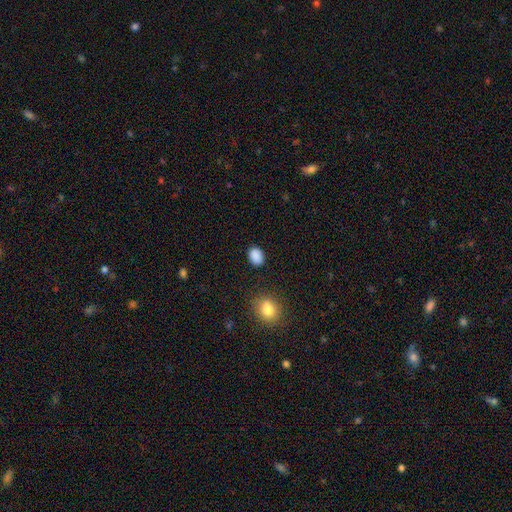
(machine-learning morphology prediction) Smooth or featured?
  - smooth: 88% *
  - star or artifact: 9%
  - featured or disk: 3%
How rounded?
  - in between: 64% *
  - round: 34%
  - cigar-shaped: 1%
Merging?
  - none: 85% *
  - minor disturbance: 10%
  - major disturbance: 3%
  - merger: 2%